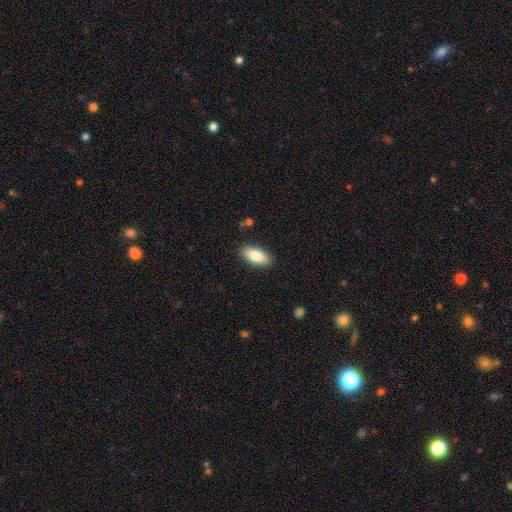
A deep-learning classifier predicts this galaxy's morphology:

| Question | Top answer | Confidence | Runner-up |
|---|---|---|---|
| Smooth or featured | smooth | 84% | featured or disk (10%) |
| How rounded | in between | 88% | cigar-shaped (10%) |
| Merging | none | 88% | minor disturbance (9%) |